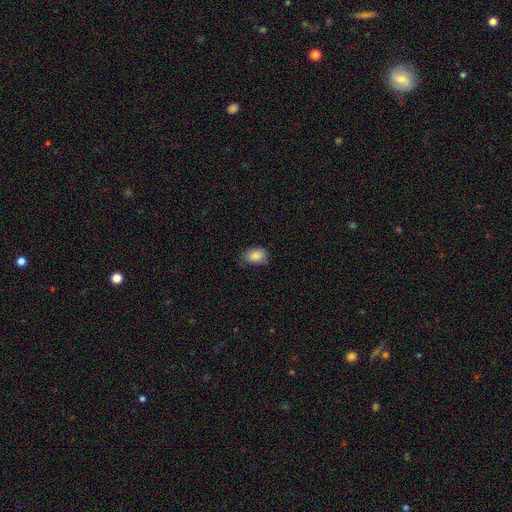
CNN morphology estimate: The model was most divided on "merging": none: 62%, minor disturbance: 30%, major disturbance: 6%, merger: 1%. More confident: smooth or featured — smooth (86%); how rounded — in between (80%).